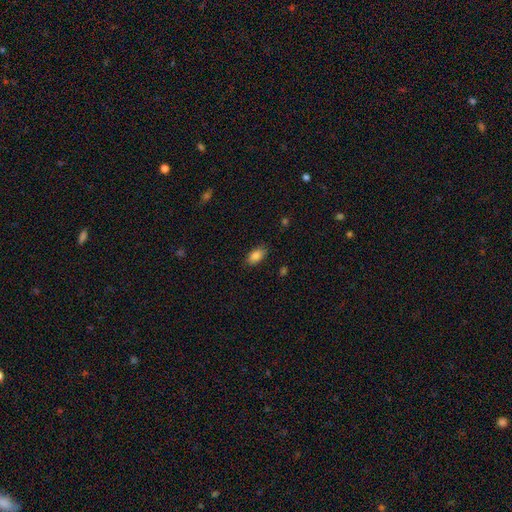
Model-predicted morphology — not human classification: Overall: smooth (85%). How rounded: in between (91%). Merging: none (84%).